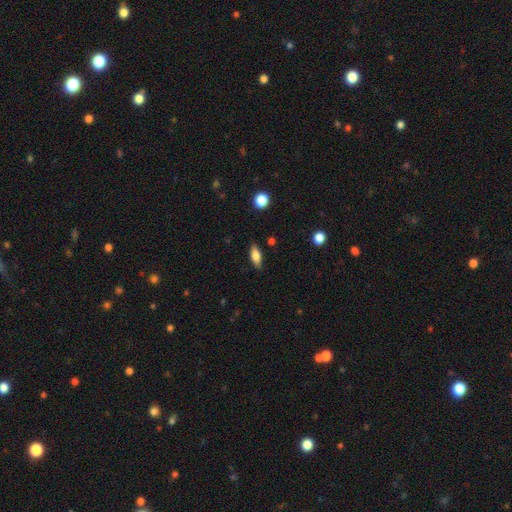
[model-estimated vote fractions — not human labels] Smooth or featured?
  - smooth: 71% *
  - featured or disk: 21%
  - star or artifact: 7%
How rounded?
  - in between: 74% *
  - cigar-shaped: 23%
  - round: 3%
Merging?
  - none: 84% *
  - minor disturbance: 12%
  - major disturbance: 3%
  - merger: 1%